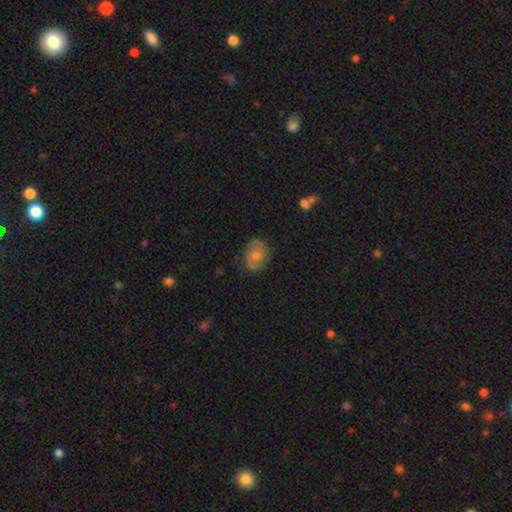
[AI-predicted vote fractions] Smooth or featured?
  - featured or disk: 51% *
  - smooth: 41%
  - star or artifact: 8%
Edge-on disk?
  - no: 97% *
  - yes: 3%
Merging?
  - none: 74% *
  - minor disturbance: 19%
  - major disturbance: 6%
  - merger: 1%